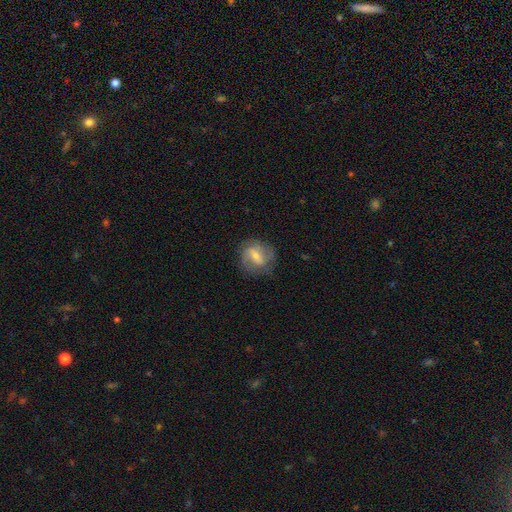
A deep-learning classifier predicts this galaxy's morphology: smooth_or_featured: featured or disk (p=0.55) [alt: smooth p=0.37]
disk_edge_on: no (p=0.95) [alt: yes p=0.05]
bar: weak (p=0.48) [alt: strong p=0.34]
has_spiral_arms: yes (p=0.79) [alt: no p=0.21]
bulge_size: small (p=0.47) [alt: moderate p=0.38]
merging: none (p=0.72) [alt: minor disturbance p=0.18]